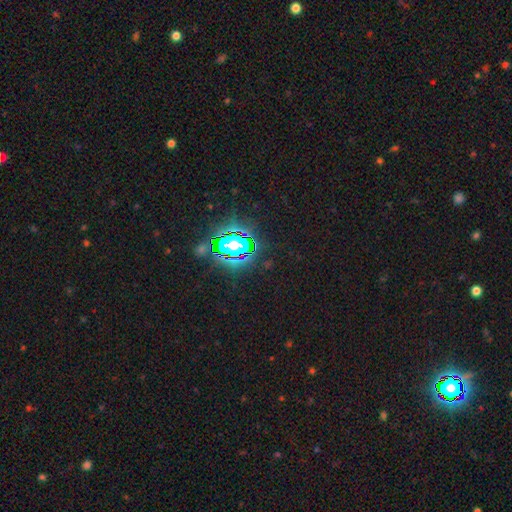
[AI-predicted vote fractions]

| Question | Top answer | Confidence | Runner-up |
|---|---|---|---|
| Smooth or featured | star or artifact | 84% | smooth (9%) |